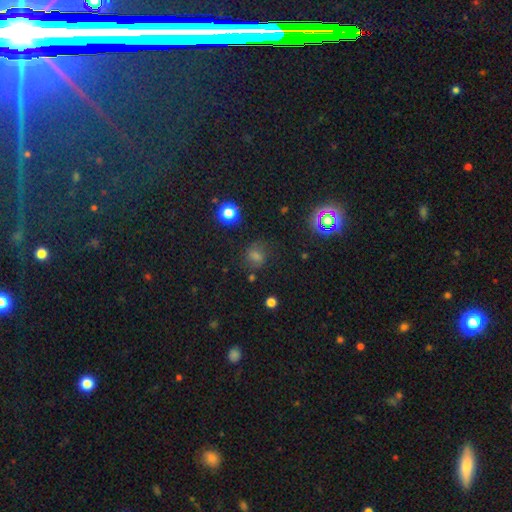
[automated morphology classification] A smooth galaxy with no disk features (52%) that is round (62%). Merging: none (70%).